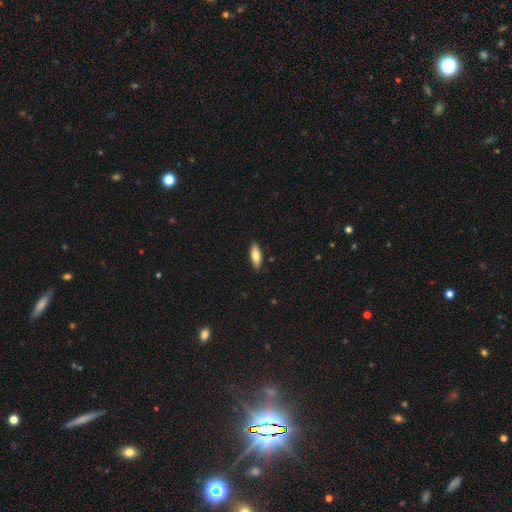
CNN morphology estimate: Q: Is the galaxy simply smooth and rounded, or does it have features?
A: smooth — 82%.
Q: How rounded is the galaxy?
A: in between — 68%.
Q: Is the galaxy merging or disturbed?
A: none — 88%.